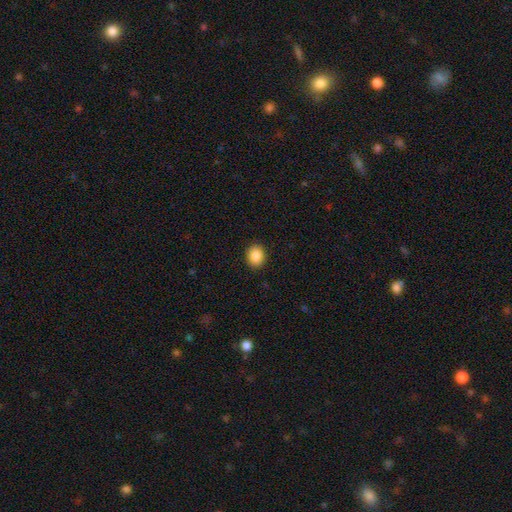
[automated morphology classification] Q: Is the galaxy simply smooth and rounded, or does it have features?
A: smooth — 87%.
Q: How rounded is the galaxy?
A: round — 60%.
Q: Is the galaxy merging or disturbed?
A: none — 91%.